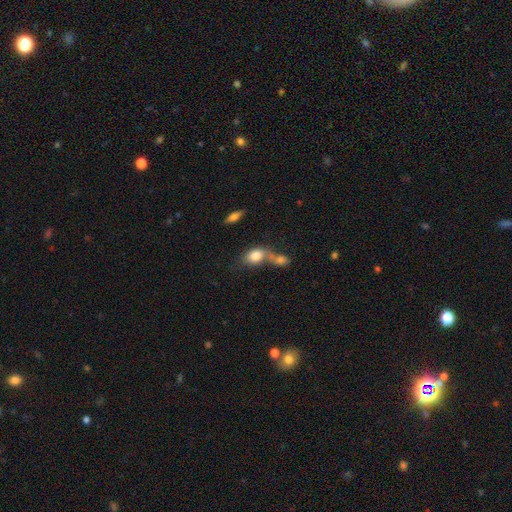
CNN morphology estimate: smooth-or-featured: smooth: 80% | featured or disk: 12% | star or artifact: 8%
  how-rounded: in between: 75% | round: 22% | cigar-shaped: 3%
  merging: merger: 60% | none: 24% | minor disturbance: 9% | major disturbance: 7%